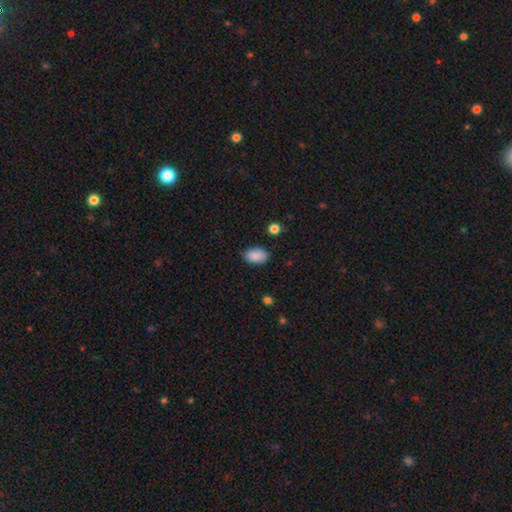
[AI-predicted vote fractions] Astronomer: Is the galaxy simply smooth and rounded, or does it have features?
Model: smooth — 88%.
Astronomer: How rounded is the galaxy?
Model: in between — 89%.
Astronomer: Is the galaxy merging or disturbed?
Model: none — 79%.